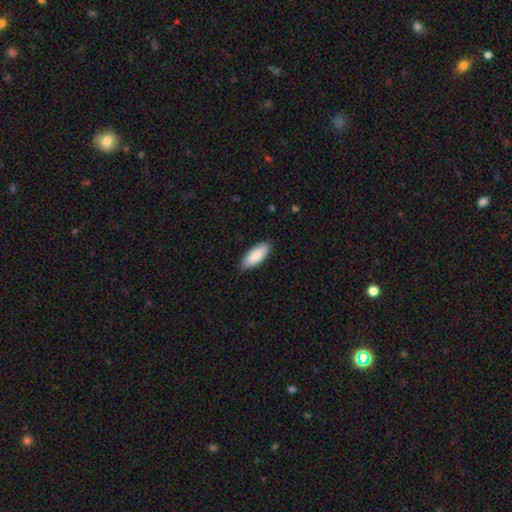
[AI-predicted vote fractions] Morphology: type=smooth (86%); roundness=in between (77%); merging=none (85%).